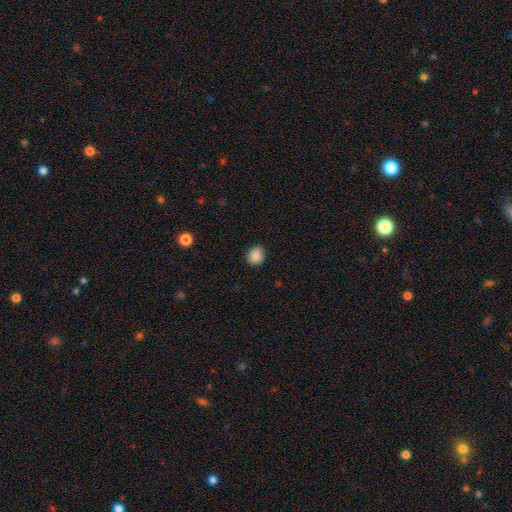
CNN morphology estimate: type=smooth (88%); roundness=round (69%); merging=none (88%).